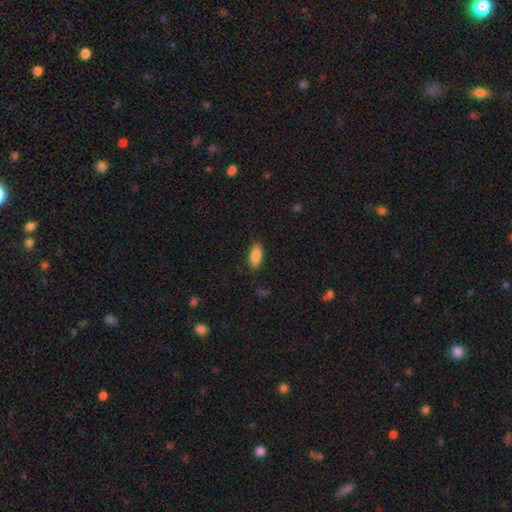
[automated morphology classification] Smooth or featured?
  - smooth: 87% *
  - star or artifact: 7%
  - featured or disk: 6%
How rounded?
  - in between: 88% *
  - cigar-shaped: 10%
  - round: 2%
Merging?
  - none: 84% *
  - minor disturbance: 12%
  - major disturbance: 3%
  - merger: 1%